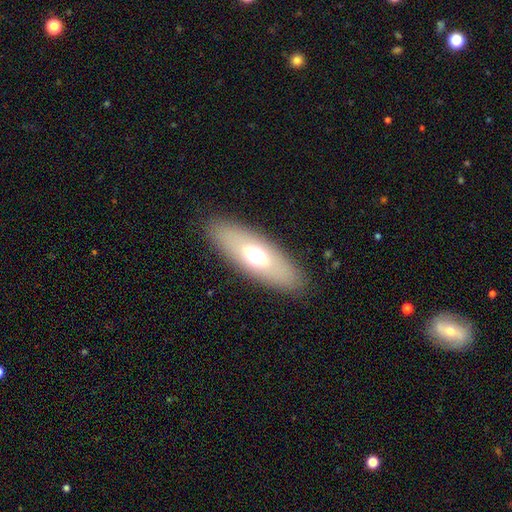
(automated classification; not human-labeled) Smooth or featured? smooth (59%)
How rounded? in between (70%)
Merging? none (87%)